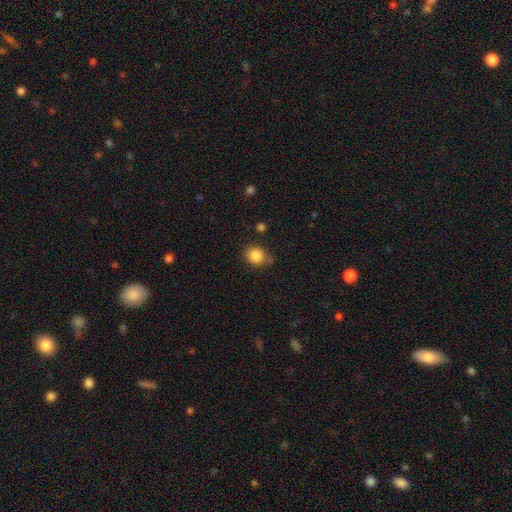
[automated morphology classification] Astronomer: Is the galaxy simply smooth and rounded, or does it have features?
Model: smooth — 86%.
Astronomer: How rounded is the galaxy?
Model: round — 67%.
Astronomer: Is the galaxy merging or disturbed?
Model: none — 71%.